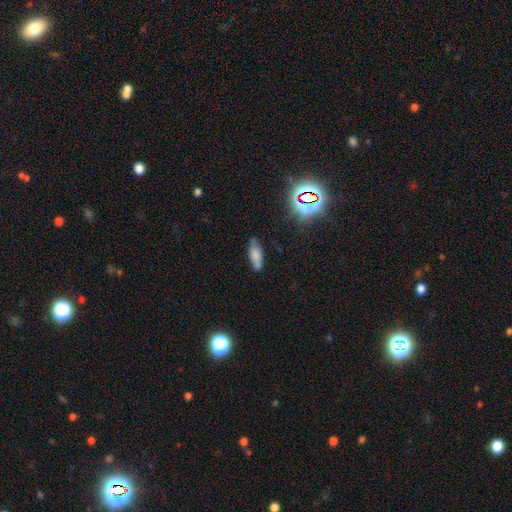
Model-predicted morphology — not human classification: Smooth or featured? Predicted: smooth (p=0.72). How rounded? Predicted: in between (p=0.60). Merging? Predicted: none (p=0.75).